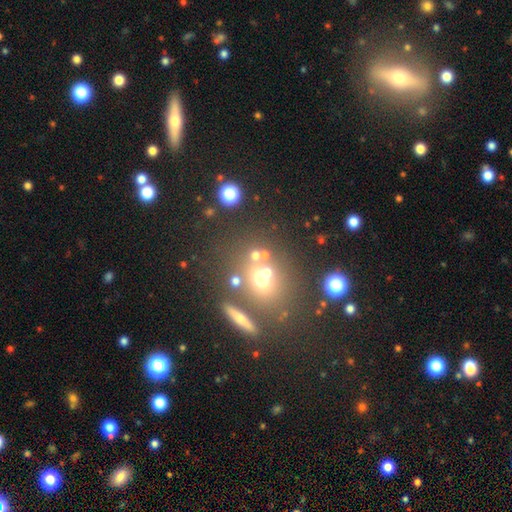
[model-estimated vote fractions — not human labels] Smooth or featured: smooth — 56% (star or artifact — 27%)
How rounded: round — 74% (in between — 23%)
Merging: none — 60% (merger — 23%)